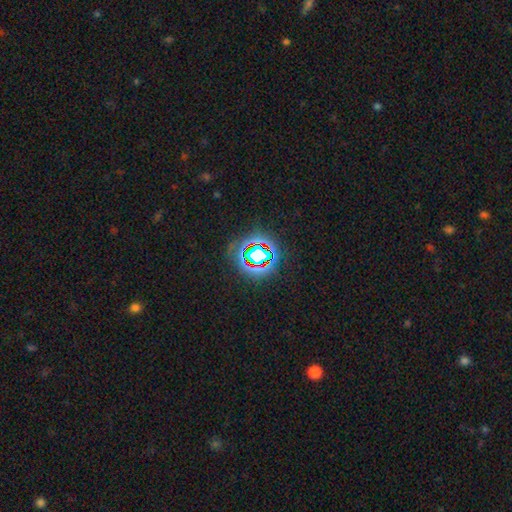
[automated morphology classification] Smooth or featured? Predicted: star or artifact (p=0.76).